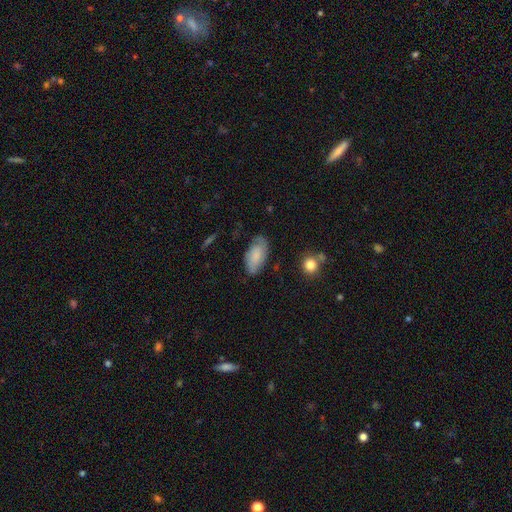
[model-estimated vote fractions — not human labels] Smooth or featured: smooth — 68% (featured or disk — 25%)
How rounded: in between — 93% (cigar-shaped — 5%)
Merging: none — 73% (minor disturbance — 20%)